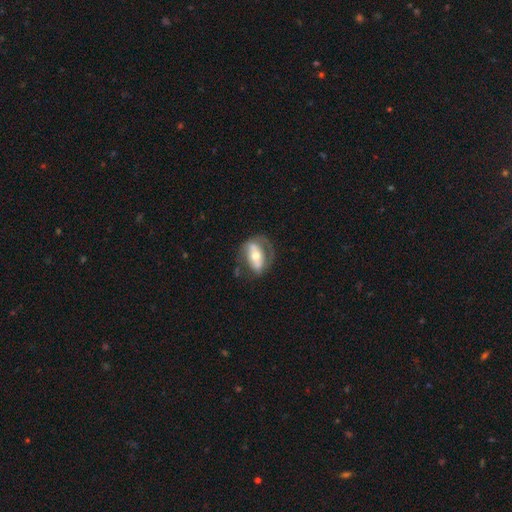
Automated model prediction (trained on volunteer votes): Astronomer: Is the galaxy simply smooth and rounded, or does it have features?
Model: featured or disk — 60%.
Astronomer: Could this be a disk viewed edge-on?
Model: no — 87%.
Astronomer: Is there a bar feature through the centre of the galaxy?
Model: strong — 42% (runner-up: no, 37%).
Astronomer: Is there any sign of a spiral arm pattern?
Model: no — 59% (runner-up: yes, 41%).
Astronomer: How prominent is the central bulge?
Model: moderate — 66%.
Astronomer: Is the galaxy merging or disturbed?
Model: none — 55%.